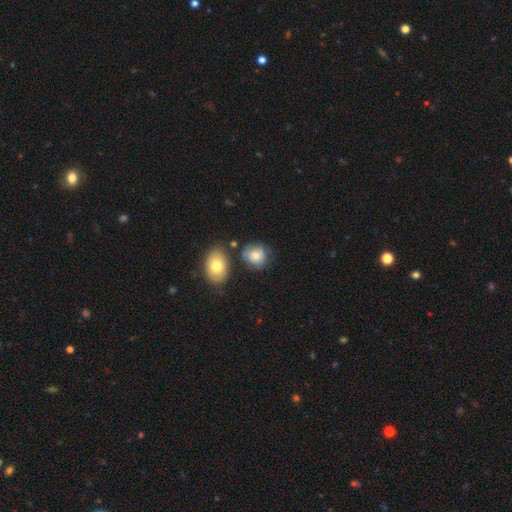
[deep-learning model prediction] Overall: smooth (78%). How rounded: round (65%; in between 34%). Merging: none (61%; minor disturbance 23%).